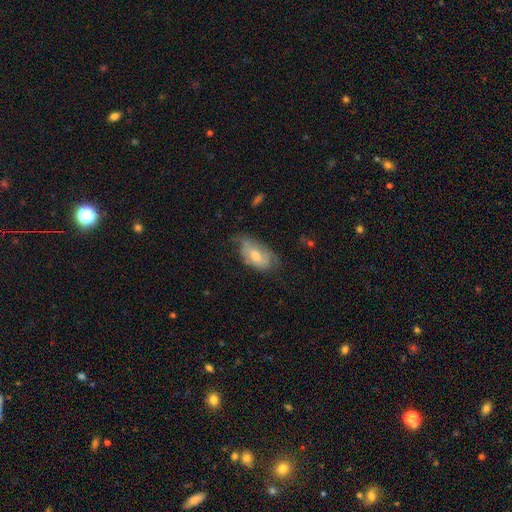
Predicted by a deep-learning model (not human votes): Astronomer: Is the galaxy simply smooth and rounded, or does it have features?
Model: smooth — 51% (runner-up: featured or disk, 41%).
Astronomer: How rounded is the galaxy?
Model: in between — 91%.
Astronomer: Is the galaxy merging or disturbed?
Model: none — 45% (runner-up: minor disturbance, 36%).